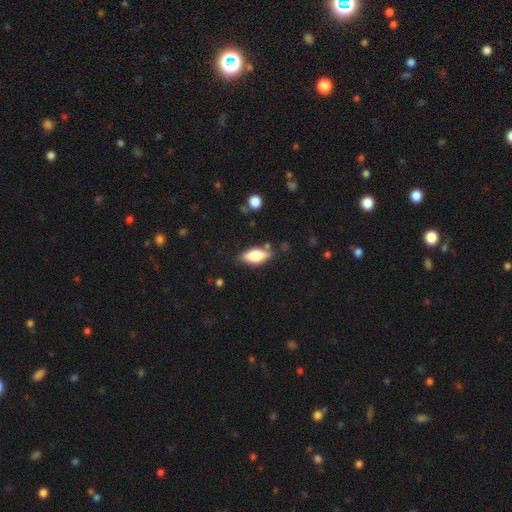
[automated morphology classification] type=smooth (72%); roundness=in between (85%); merging=none (75%).